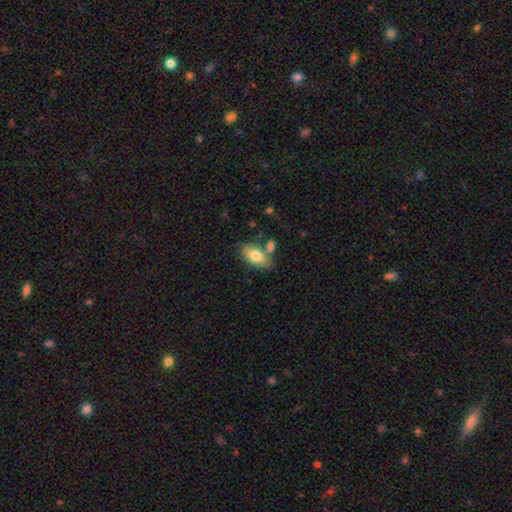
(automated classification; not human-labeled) This is likely a smooth galaxy (77%). How rounded: clearly in between (92%). Merging: likely none (64%).